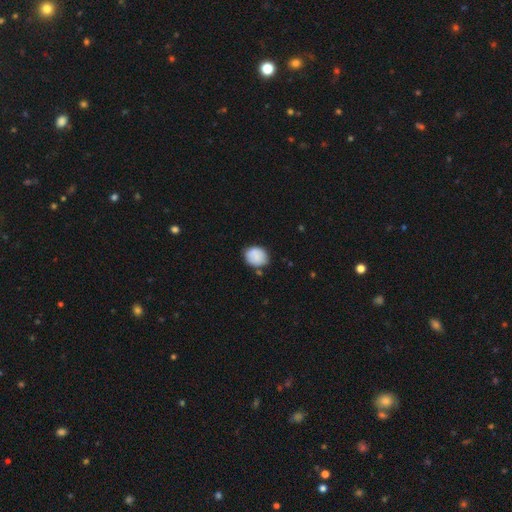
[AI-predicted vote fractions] smooth 84%, featured or disk 9%, star or artifact 8%. Down the decision tree: how rounded — round (58%); merging — none (71%).